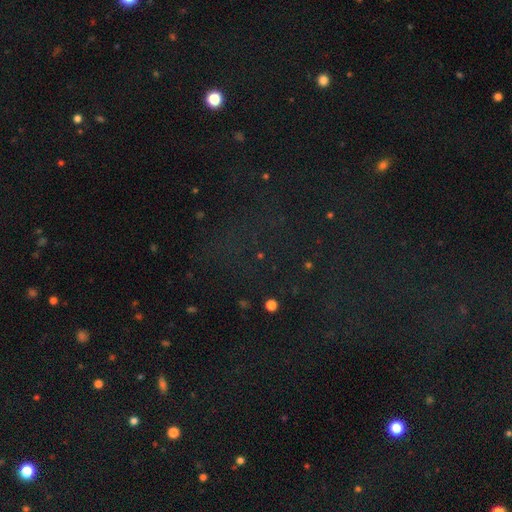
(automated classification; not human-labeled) A star or artifact, not a galaxy (71%).

Vote fractions:
- Smooth or featured? star or artifact: 71% / smooth: 18% / featured or disk: 11%